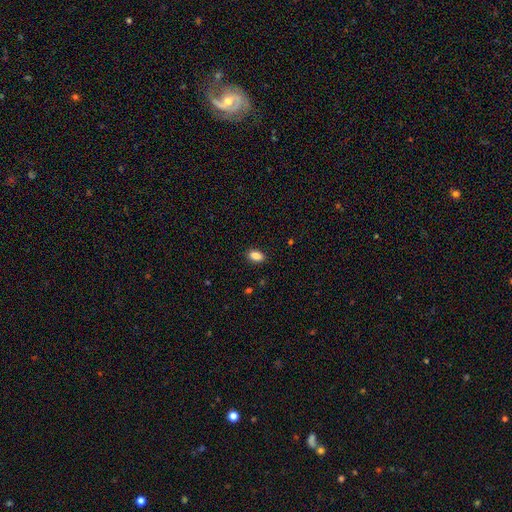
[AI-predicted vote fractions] This appears to be a smooth galaxy with no disk features (88%) that is in between round and cigar-shaped (89%). Merging: none (88%).